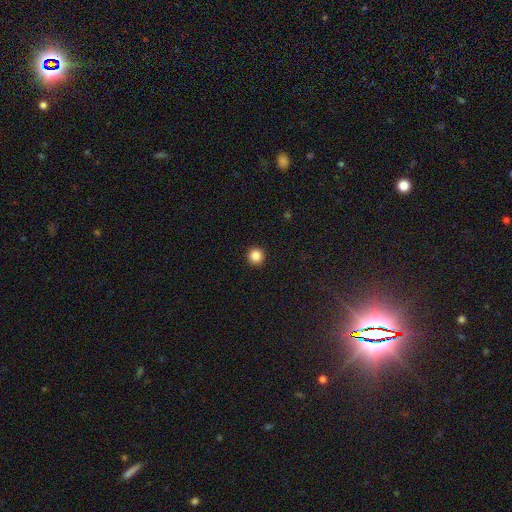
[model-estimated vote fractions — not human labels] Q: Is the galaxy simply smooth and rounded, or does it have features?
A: smooth — 87%.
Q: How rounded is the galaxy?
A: round — 95%.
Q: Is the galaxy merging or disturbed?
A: none — 93%.